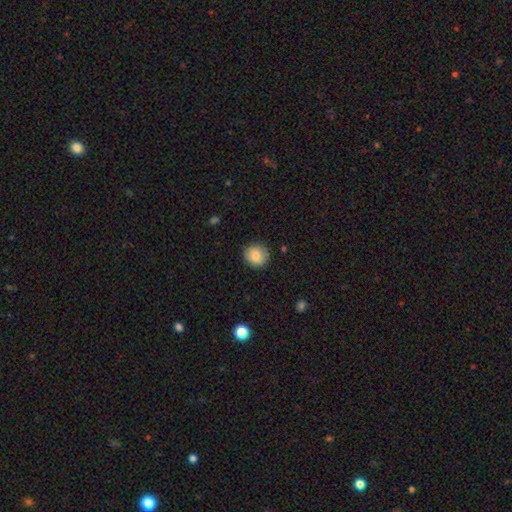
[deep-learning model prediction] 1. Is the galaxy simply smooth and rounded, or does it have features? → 84% smooth, 8% star or artifact, 7% featured or disk.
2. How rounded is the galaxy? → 91% round, 8% in between, 1% cigar-shaped.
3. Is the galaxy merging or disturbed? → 88% none, 9% minor disturbance, 2% major disturbance, 1% merger.